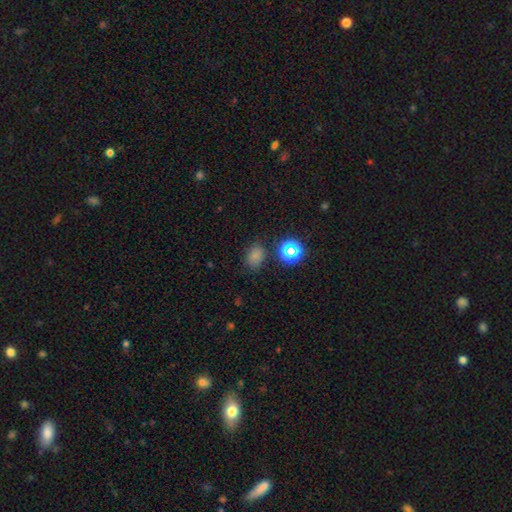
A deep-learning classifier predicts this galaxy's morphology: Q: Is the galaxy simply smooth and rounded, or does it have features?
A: smooth — 73%.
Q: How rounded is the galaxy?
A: in between — 63%.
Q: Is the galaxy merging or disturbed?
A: none — 78%.